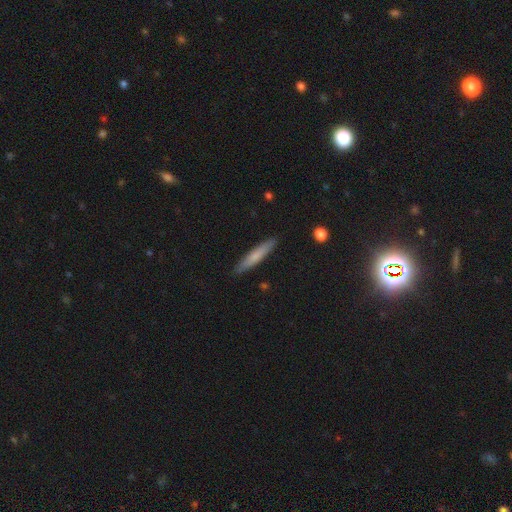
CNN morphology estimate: smooth-or-featured: smooth: 69% | featured or disk: 26% | star or artifact: 5%
  how-rounded: cigar-shaped: 93% | in between: 6% | round: 1%
  merging: none: 90% | minor disturbance: 8% | major disturbance: 1% | merger: 1%